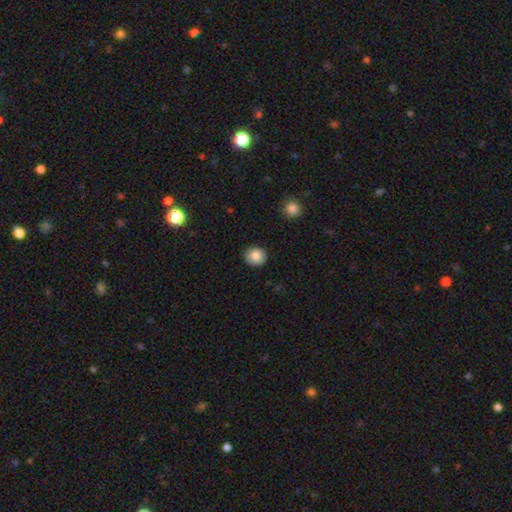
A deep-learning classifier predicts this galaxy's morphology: smooth-or-featured: smooth: 84% | star or artifact: 9% | featured or disk: 7%
  how-rounded: round: 86% | in between: 13% | cigar-shaped: 1%
  merging: none: 90% | minor disturbance: 7% | major disturbance: 2% | merger: 1%